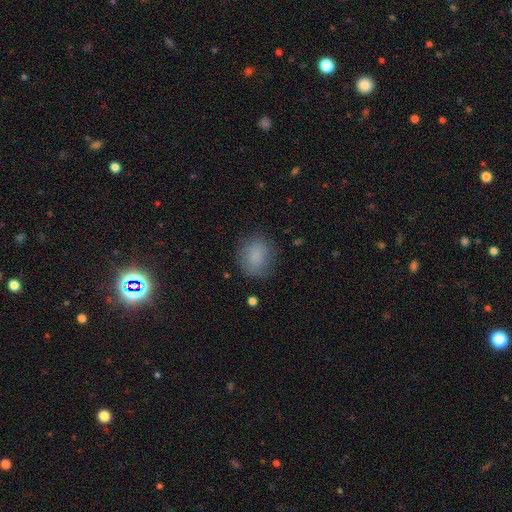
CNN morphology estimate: This is clearly a smooth galaxy (84%). How rounded: likely round (72%). Merging: likely none (78%).